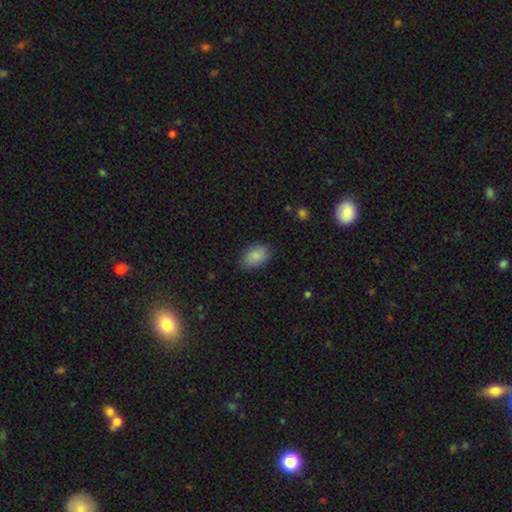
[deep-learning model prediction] smooth-or-featured: smooth: 88% | star or artifact: 7% | featured or disk: 5%
  how-rounded: in between: 87% | round: 12% | cigar-shaped: 1%
  merging: none: 80% | minor disturbance: 15% | major disturbance: 3% | merger: 1%